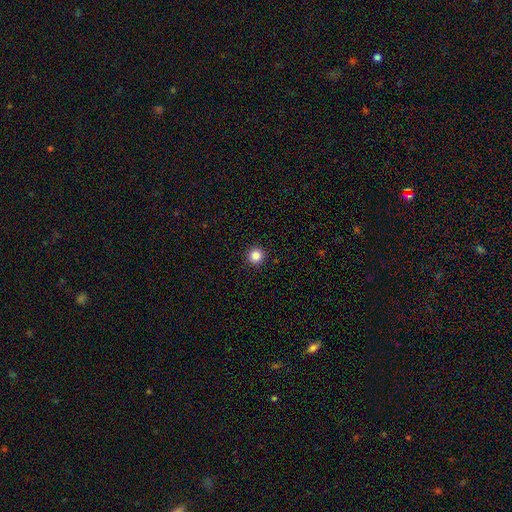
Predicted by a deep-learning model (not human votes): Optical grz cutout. It shows a smooth galaxy with no disk features (86%) that is round (96%). Merging: none (94%).